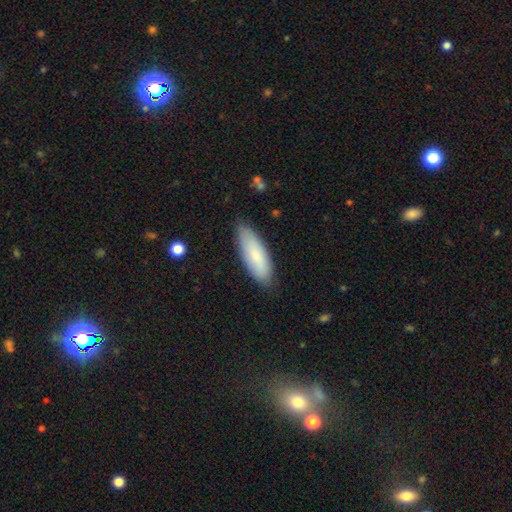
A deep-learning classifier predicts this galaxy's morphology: Overall: smooth (83%). How rounded: in between (64%; cigar-shaped 35%). Merging: none (83%).